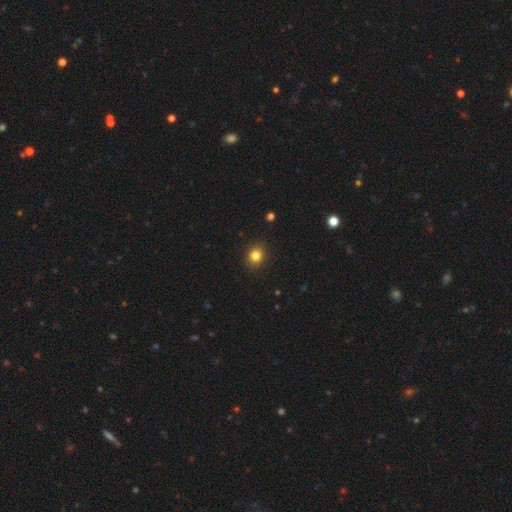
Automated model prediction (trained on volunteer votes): Smooth or featured?
  - smooth: 83% *
  - star or artifact: 12%
  - featured or disk: 5%
How rounded?
  - round: 74% *
  - in between: 25%
  - cigar-shaped: 1%
Merging?
  - none: 91% *
  - minor disturbance: 7%
  - major disturbance: 2%
  - merger: 1%